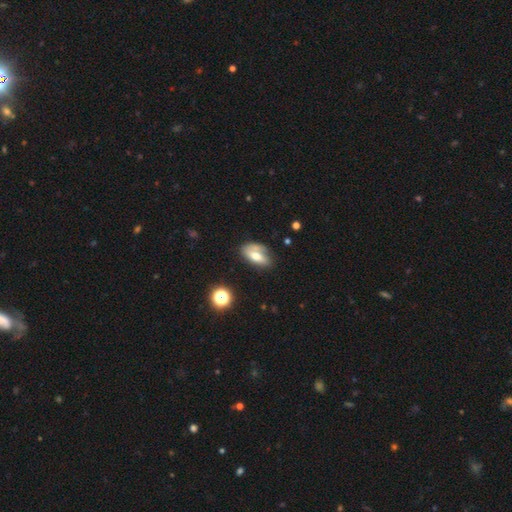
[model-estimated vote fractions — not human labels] The model was most divided on "merging": none: 50%, minor disturbance: 31%, major disturbance: 14%, merger: 5%. More confident: how rounded — in between (87%); smooth or featured — smooth (57%).